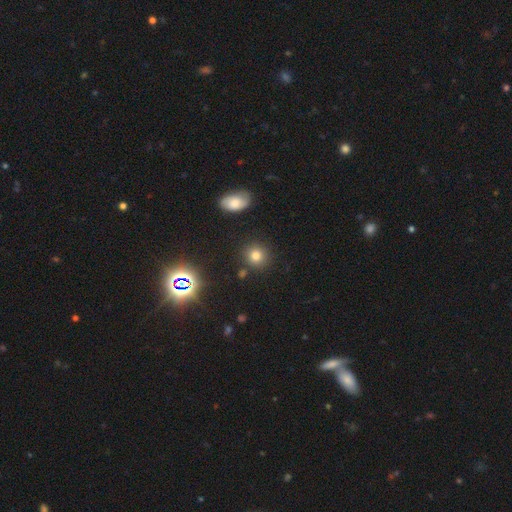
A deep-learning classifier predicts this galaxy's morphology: A smooth galaxy with no disk features (78%) that is round (88%).

Vote fractions:
- Smooth or featured? smooth: 78% / star or artifact: 15% / featured or disk: 7%
- How rounded? round: 88% / in between: 11% / cigar-shaped: 1%
- Merging? none: 86% / minor disturbance: 7% / merger: 4% / major disturbance: 3%